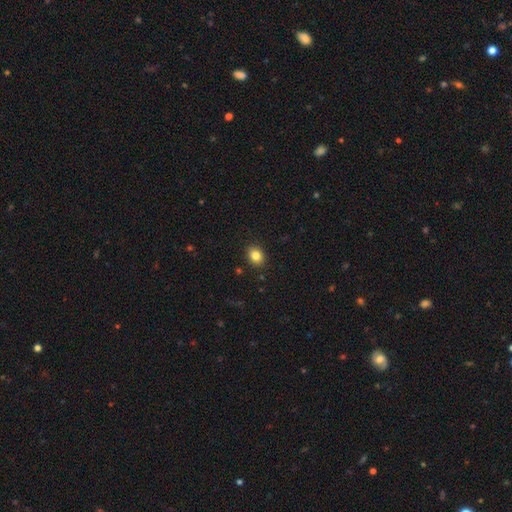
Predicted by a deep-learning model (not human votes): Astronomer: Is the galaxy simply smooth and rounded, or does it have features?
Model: smooth — 83%.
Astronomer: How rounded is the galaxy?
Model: round — 53% (runner-up: in between, 47%).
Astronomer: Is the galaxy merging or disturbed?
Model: none — 90%.